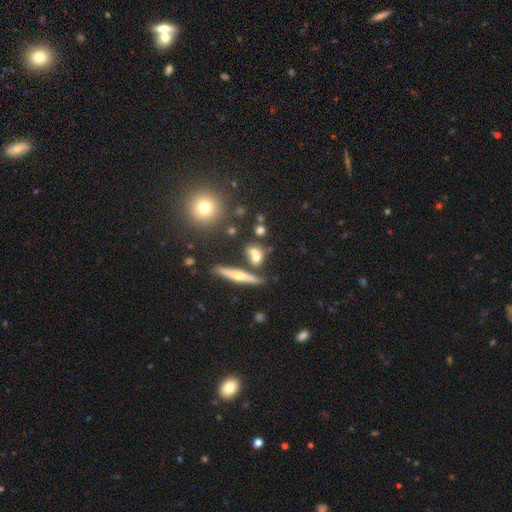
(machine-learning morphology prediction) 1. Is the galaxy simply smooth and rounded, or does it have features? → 61% smooth, 26% featured or disk, 14% star or artifact.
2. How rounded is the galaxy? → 46% round, 36% in between, 18% cigar-shaped.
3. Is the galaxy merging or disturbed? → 55% none, 27% merger, 13% minor disturbance, 6% major disturbance.